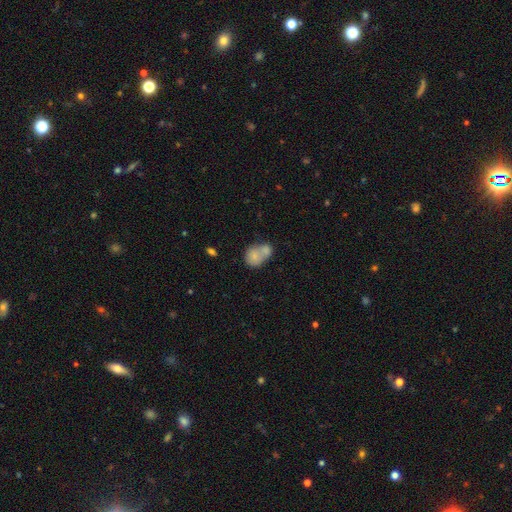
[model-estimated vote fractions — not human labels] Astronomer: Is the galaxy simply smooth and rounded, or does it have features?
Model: smooth — 77%.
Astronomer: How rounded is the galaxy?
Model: in between — 50% (runner-up: round, 49%).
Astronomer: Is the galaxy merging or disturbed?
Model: merger — 65%.